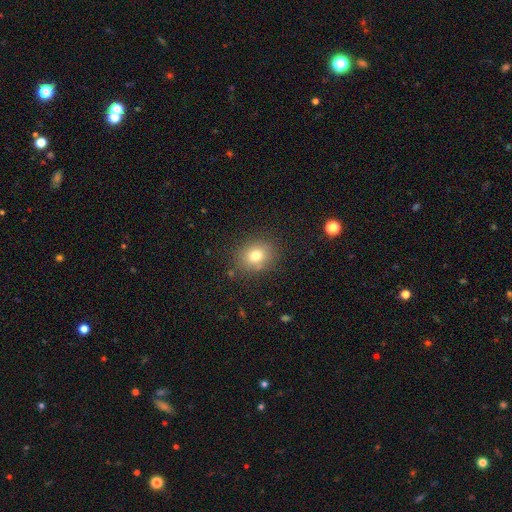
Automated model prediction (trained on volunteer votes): Smooth or featured? smooth (77%)
How rounded? round (56%)
Merging? none (83%)